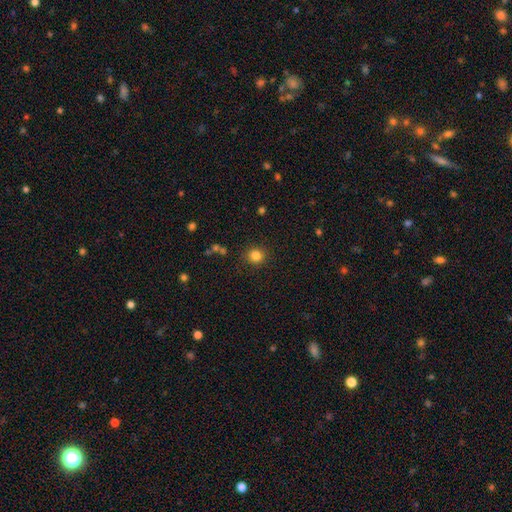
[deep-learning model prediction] Overall: smooth (83%). How rounded: round (90%). Merging: none (88%).